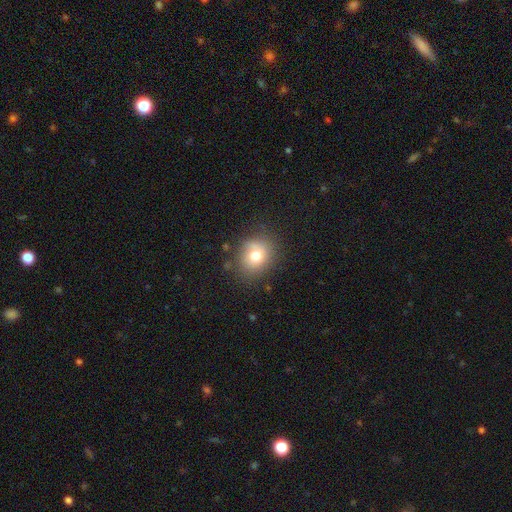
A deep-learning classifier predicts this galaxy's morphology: smooth_or_featured: smooth (p=0.72) [alt: featured or disk p=0.15]
how_rounded: round (p=0.72) [alt: in between p=0.27]
merging: none (p=0.75) [alt: minor disturbance p=0.16]